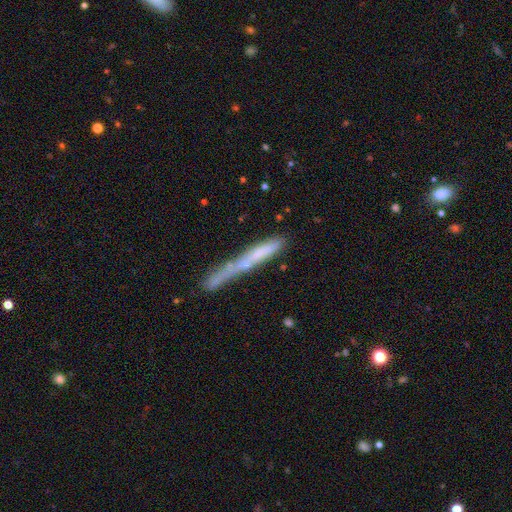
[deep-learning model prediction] The model was most divided on "smooth or featured" (2-way tie): featured or disk: 45%, smooth: 45%, star or artifact: 10%. More confident: merging — none (63%).